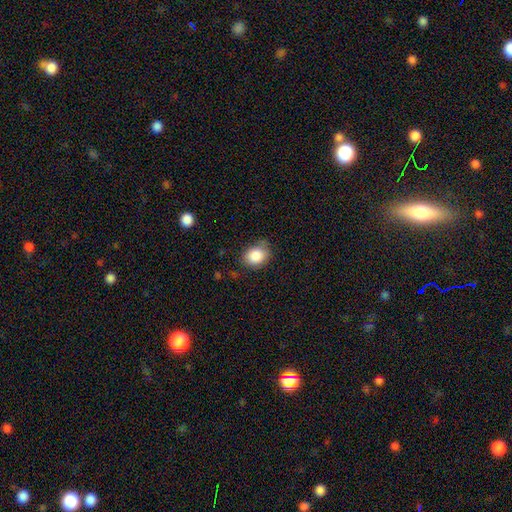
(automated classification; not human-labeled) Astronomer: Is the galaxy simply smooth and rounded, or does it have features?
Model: smooth — 87%.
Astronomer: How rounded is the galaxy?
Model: in between — 57% (runner-up: round, 42%).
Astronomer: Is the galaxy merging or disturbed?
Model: none — 71%.